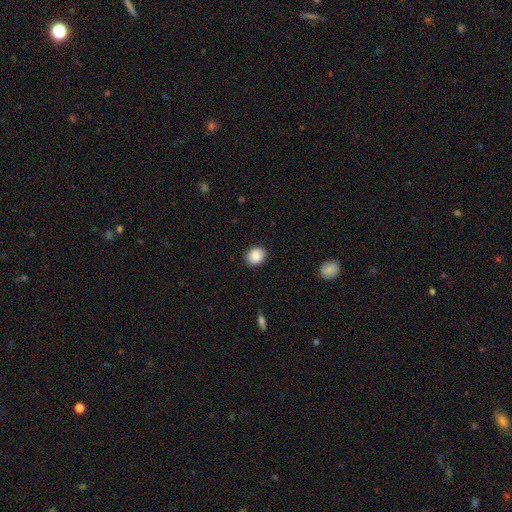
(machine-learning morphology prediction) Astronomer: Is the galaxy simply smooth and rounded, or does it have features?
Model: smooth — 88%.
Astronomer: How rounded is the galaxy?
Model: round — 66%.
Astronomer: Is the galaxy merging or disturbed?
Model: none — 89%.